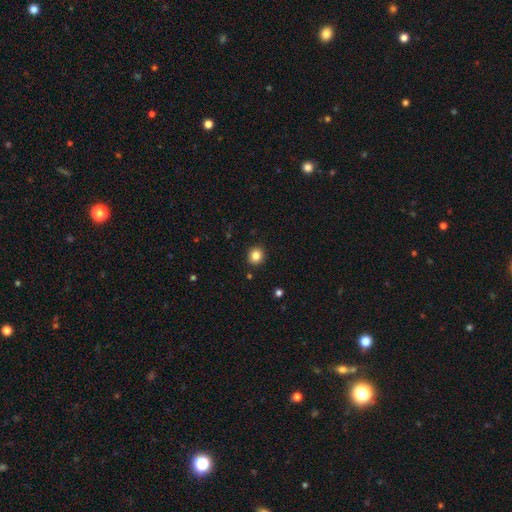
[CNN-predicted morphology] smooth_or_featured: smooth (p=0.84) [alt: star or artifact p=0.11]
how_rounded: round (p=0.82) [alt: in between p=0.17]
merging: none (p=0.91) [alt: minor disturbance p=0.06]